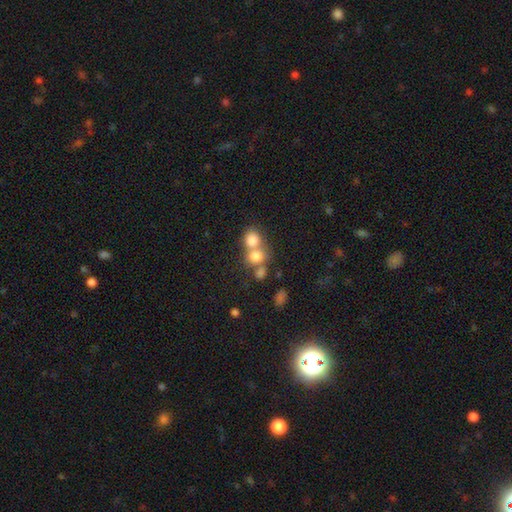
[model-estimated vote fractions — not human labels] Overall: smooth (76%). How rounded: round (71%). Merging: merger (58%; none 32%).